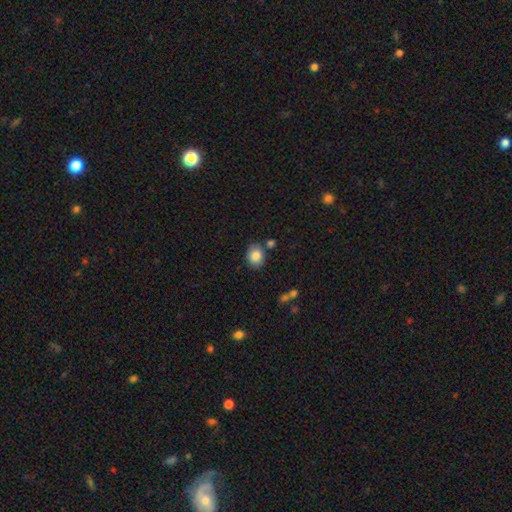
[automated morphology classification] Overall: smooth (83%). How rounded: round (52%; in between 47%). Merging: none (79%).